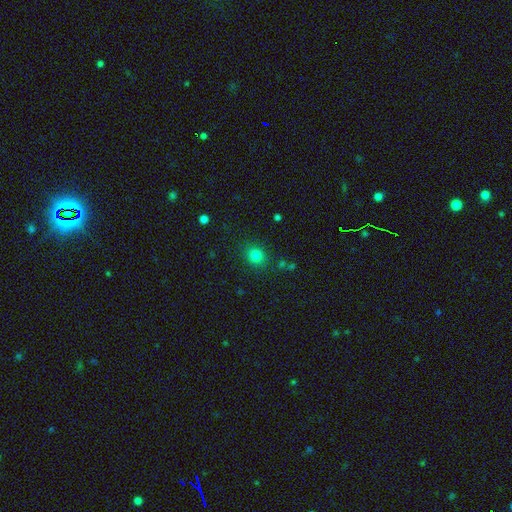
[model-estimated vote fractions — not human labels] Smooth or featured? Predicted: smooth (p=0.81). How rounded? Predicted: round (p=0.75). Merging? Predicted: none (p=0.86).